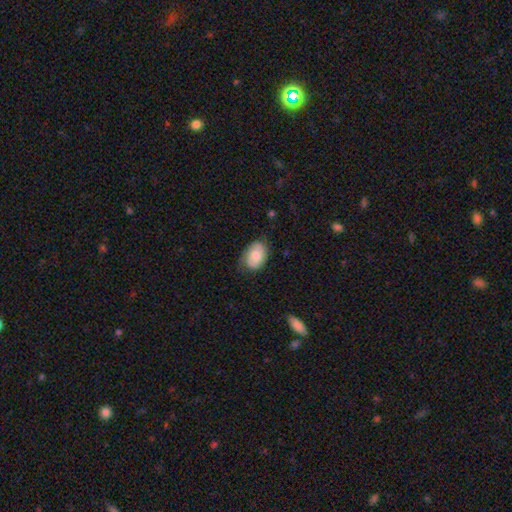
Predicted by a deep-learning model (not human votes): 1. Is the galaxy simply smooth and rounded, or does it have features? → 61% smooth, 32% featured or disk, 7% star or artifact.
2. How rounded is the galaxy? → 80% in between, 19% round, 1% cigar-shaped.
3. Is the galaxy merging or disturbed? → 65% none, 27% minor disturbance, 7% major disturbance, 1% merger.